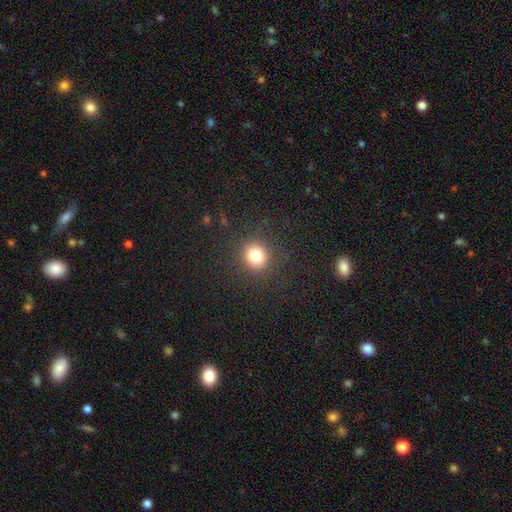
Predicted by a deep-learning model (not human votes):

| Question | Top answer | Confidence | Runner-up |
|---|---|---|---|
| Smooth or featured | smooth | 79% | star or artifact (15%) |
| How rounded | round | 90% | in between (9%) |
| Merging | none | 89% | minor disturbance (6%) |